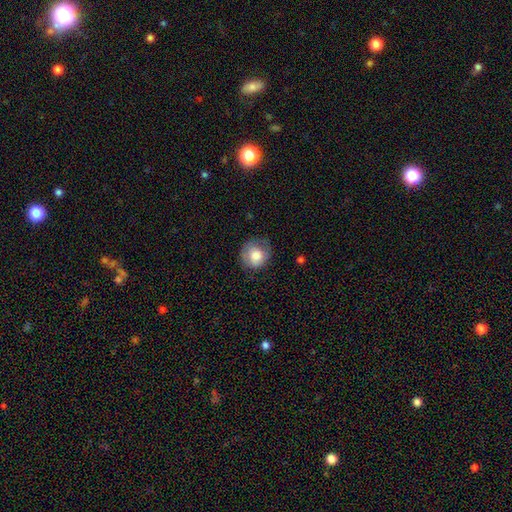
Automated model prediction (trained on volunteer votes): The model was most divided on "merging": none: 67%, minor disturbance: 24%, major disturbance: 8%, merger: 1%. More confident: how rounded — round (83%); smooth or featured — smooth (77%).